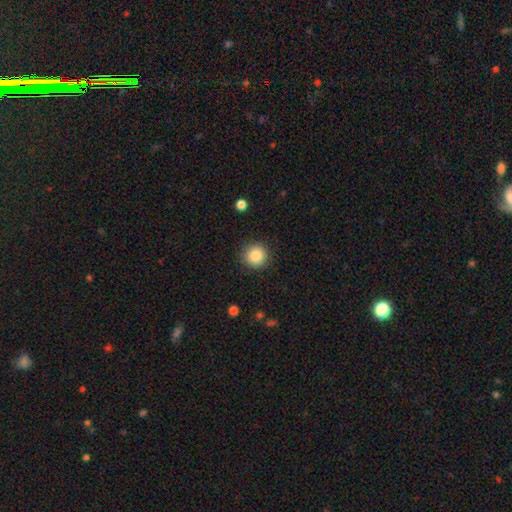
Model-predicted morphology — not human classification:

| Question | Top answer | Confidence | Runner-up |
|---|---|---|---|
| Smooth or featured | smooth | 85% | star or artifact (9%) |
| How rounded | round | 94% | in between (5%) |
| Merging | none | 90% | minor disturbance (7%) |